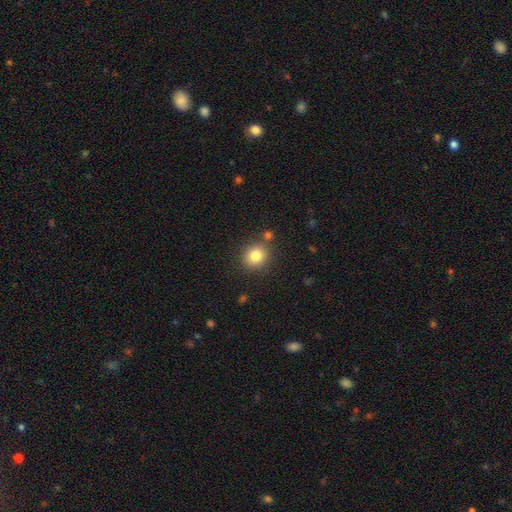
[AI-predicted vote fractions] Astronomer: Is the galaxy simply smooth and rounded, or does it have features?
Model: smooth — 81%.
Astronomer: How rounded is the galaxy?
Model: round — 81%.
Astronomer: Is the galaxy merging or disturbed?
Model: none — 82%.